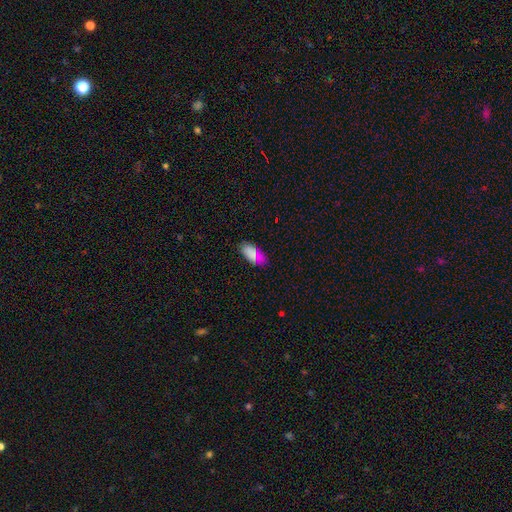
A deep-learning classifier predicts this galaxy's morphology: Smooth or featured?
  - smooth: 81% *
  - star or artifact: 12%
  - featured or disk: 7%
How rounded?
  - in between: 91% *
  - cigar-shaped: 7%
  - round: 3%
Merging?
  - none: 84% *
  - minor disturbance: 12%
  - major disturbance: 2%
  - merger: 1%